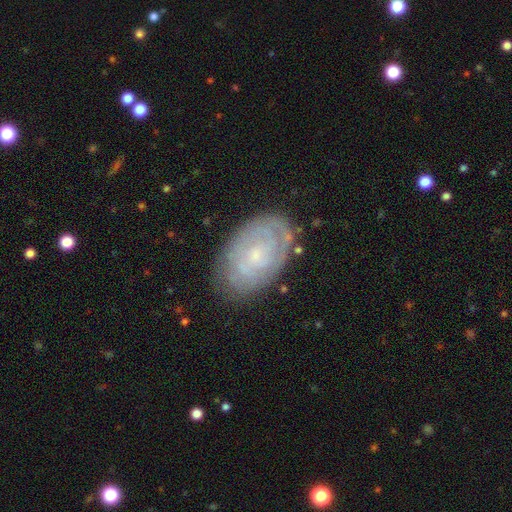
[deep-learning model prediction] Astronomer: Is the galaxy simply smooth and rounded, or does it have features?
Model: featured or disk — 73%.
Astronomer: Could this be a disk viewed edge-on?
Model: no — 96%.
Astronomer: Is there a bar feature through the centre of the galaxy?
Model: no — 69%.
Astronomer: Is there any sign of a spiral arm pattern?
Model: yes — 88%.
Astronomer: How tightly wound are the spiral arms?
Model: tight — 75%.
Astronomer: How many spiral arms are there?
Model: can't tell — 49% (runner-up: 2, 25%).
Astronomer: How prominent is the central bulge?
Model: small — 72%.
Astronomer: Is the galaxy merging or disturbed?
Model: none — 78%.